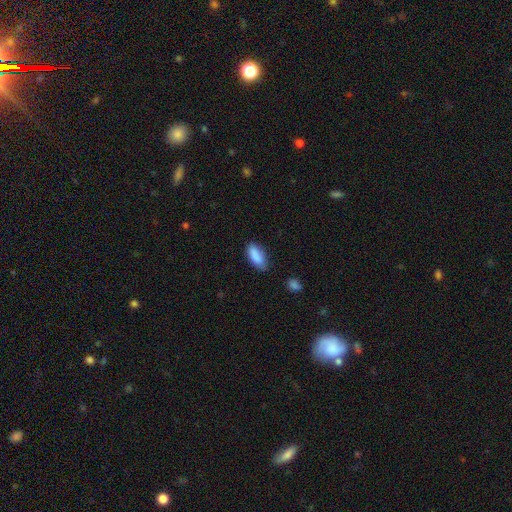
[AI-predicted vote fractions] A smooth galaxy with no disk features (88%) that is in between round and cigar-shaped (85%). Merging: none (74%).